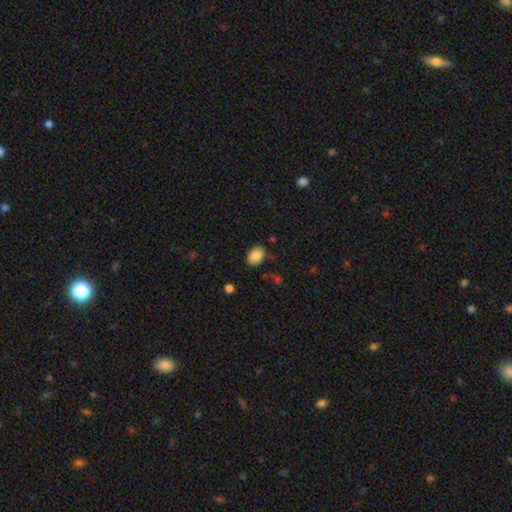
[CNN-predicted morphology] type=smooth (87%); roundness=in between (79%); merging=none (81%).